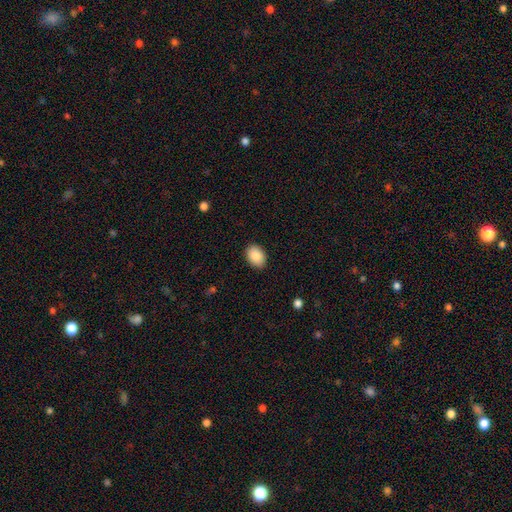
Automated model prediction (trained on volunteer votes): This is clearly a smooth galaxy (89%). How rounded: clearly in between (80%). Merging: clearly none (89%).